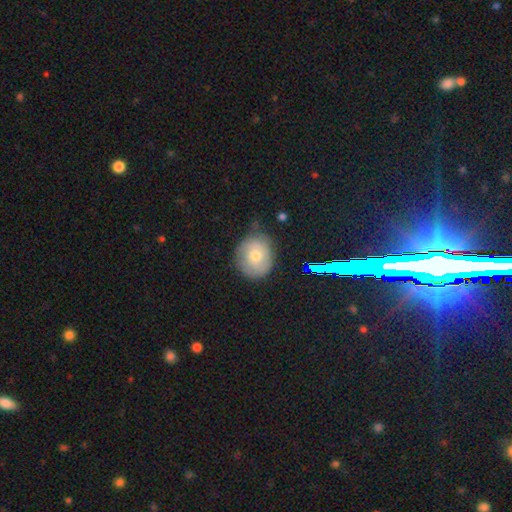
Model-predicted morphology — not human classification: smooth 60%, featured or disk 30%, star or artifact 10%. Down the decision tree: how rounded — round (65%); merging — none (66%).